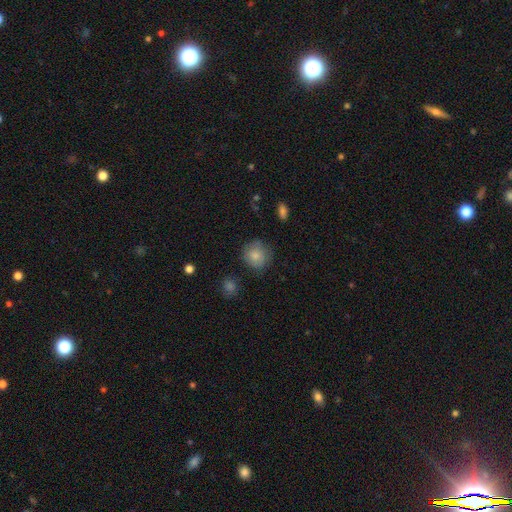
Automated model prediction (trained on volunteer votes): A smooth galaxy with no disk features (82%) that is round (88%). Merging: none (77%).